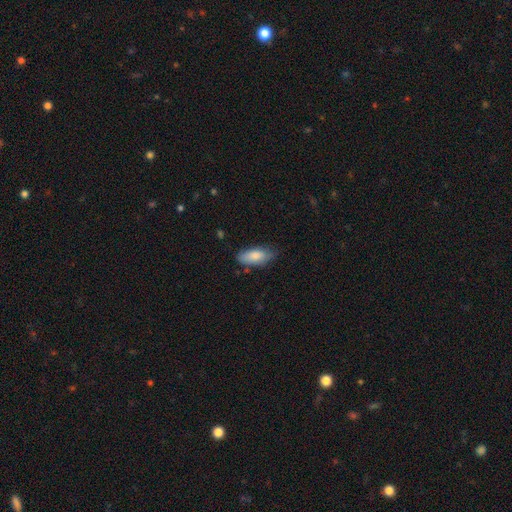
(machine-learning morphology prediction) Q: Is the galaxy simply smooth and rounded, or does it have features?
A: smooth — 83%.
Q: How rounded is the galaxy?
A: in between — 83%.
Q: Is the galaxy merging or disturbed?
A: none — 71%.